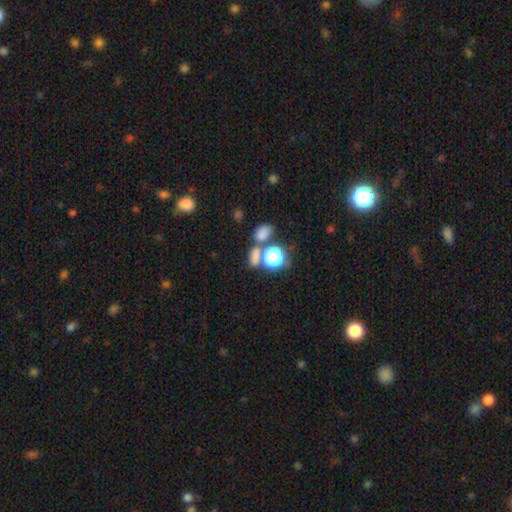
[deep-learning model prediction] smooth_or_featured: smooth (p=0.67) [alt: star or artifact p=0.23]
how_rounded: in between (p=0.53) [alt: round p=0.42]
merging: none (p=0.52) [alt: merger p=0.33]